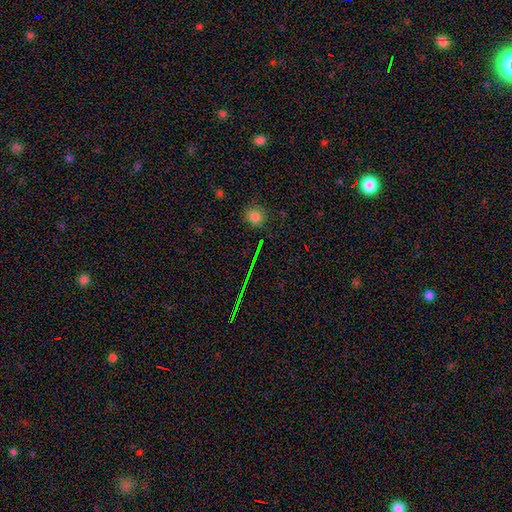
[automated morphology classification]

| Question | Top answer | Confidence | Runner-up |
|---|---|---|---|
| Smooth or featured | star or artifact | 61% | smooth (26%) |